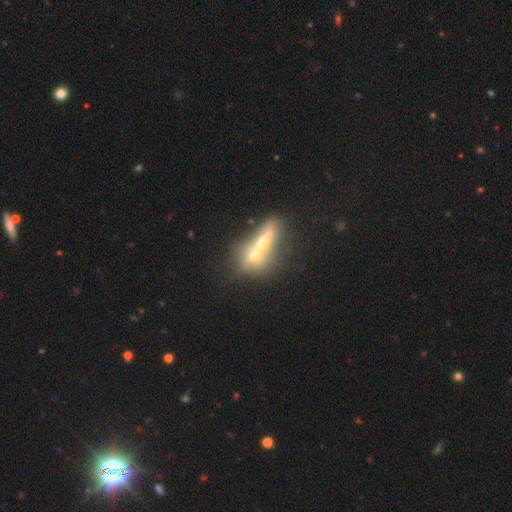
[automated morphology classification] The model was most divided on "smooth or featured": featured or disk: 48%, smooth: 42%, star or artifact: 10%. More confident: merging — merger (66%).